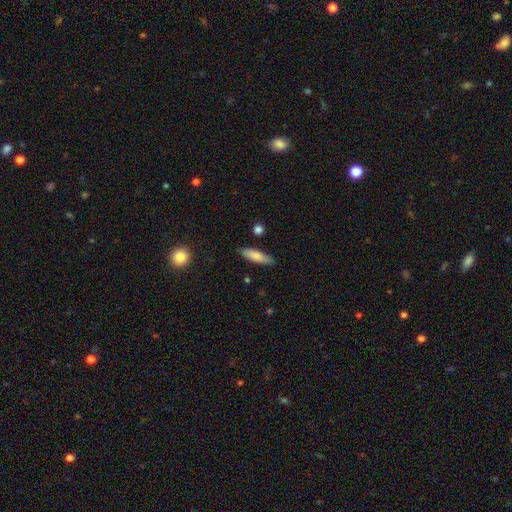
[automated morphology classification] Q: Smooth or featured?
A: smooth (80%); runner-up: featured or disk (14%)
Q: How rounded?
A: cigar-shaped (59%); runner-up: in between (39%)
Q: Merging?
A: none (84%); runner-up: minor disturbance (12%)